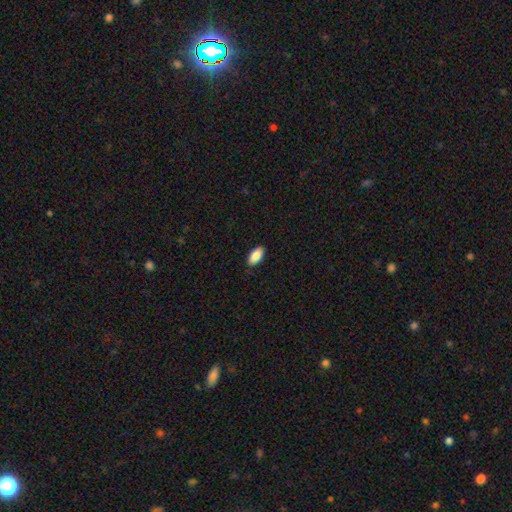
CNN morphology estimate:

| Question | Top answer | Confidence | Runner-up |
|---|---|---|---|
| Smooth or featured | smooth | 88% | star or artifact (6%) |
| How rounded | in between | 93% | cigar-shaped (5%) |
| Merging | none | 88% | minor disturbance (10%) |